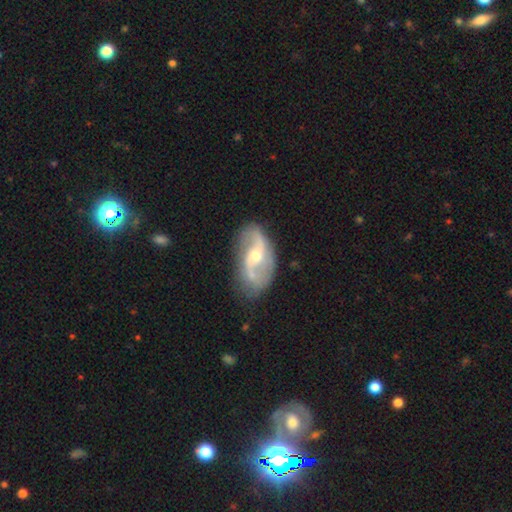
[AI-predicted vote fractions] Smooth or featured? featured or disk (85%)
Edge-on disk? no (96%)
Bar? no (41%)
Spiral arms? yes (92%)
Spiral winding? loose (59%)
Spiral arm count? 2 (90%)
Bulge size? moderate (55%)
Merging? none (75%)